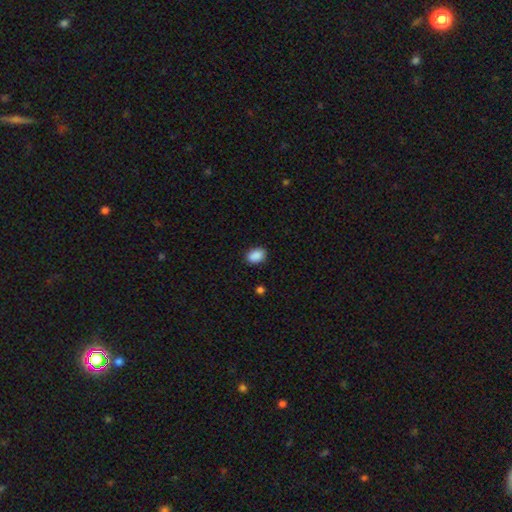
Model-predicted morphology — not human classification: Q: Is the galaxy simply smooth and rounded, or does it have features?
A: smooth — 90%.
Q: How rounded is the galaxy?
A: in between — 78%.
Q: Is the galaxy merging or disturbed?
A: none — 87%.